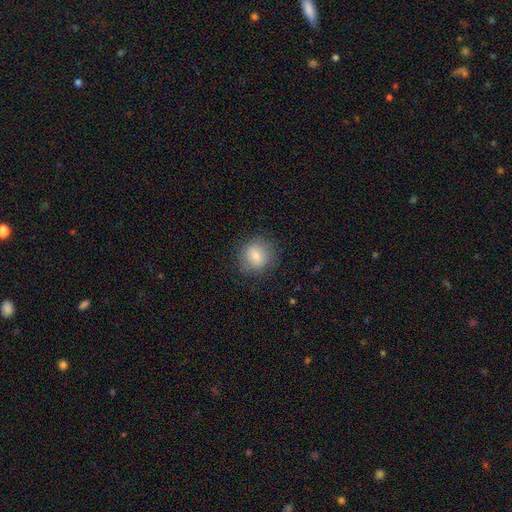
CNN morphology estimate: smooth_or_featured: smooth (p=0.75) [alt: featured or disk p=0.17]
how_rounded: round (p=0.83) [alt: in between p=0.16]
merging: none (p=0.80) [alt: minor disturbance p=0.13]